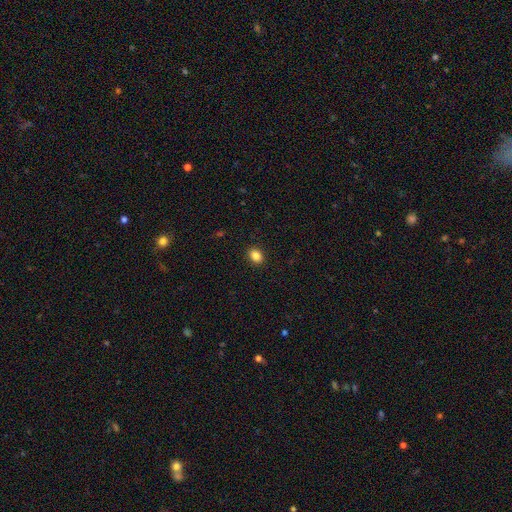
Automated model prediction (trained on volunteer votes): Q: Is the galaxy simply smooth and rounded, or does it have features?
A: smooth — 86%.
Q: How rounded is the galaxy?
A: in between — 61%.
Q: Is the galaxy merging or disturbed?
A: none — 90%.